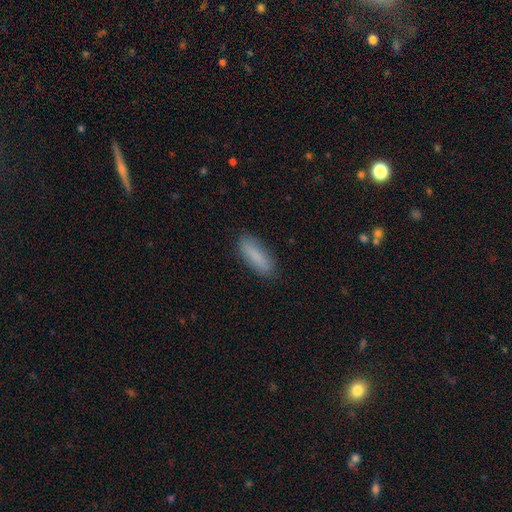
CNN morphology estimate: This appears to be a smooth galaxy with no disk features (84%) that is cigar-shaped (51%). Merging: none (85%).